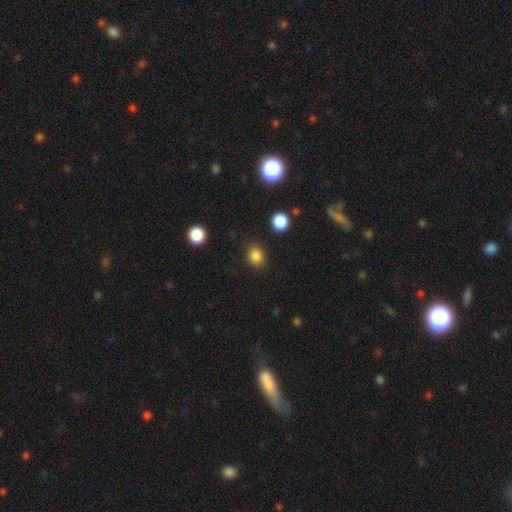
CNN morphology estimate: Smooth or featured: smooth — 85% (star or artifact — 11%)
How rounded: round — 60% (in between — 39%)
Merging: none — 87% (minor disturbance — 8%)